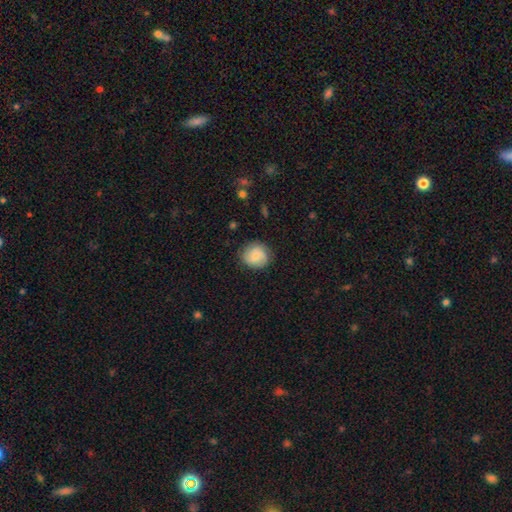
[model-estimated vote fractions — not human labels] Smooth or featured?
  - smooth: 79% *
  - featured or disk: 14%
  - star or artifact: 7%
How rounded?
  - round: 87% *
  - in between: 12%
  - cigar-shaped: 1%
Merging?
  - none: 83% *
  - minor disturbance: 12%
  - major disturbance: 3%
  - merger: 1%